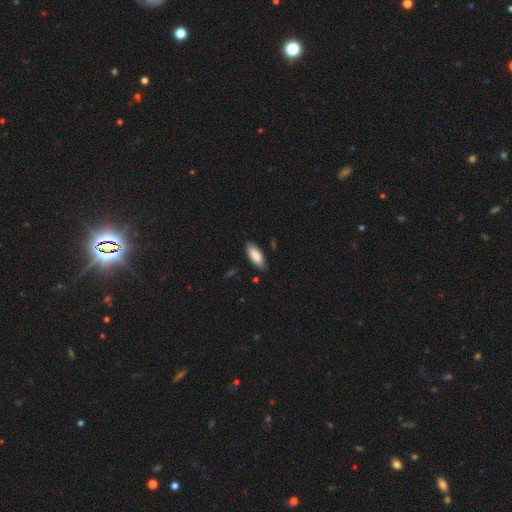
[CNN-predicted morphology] This is clearly a smooth galaxy (85%). How rounded: likely in between (79%). Merging: clearly none (84%).